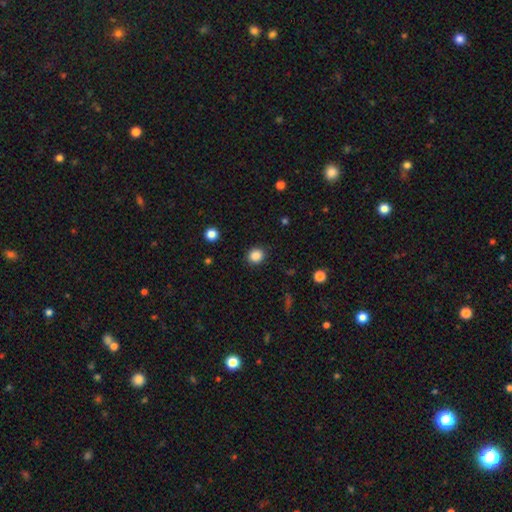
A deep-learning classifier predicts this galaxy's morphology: This is clearly a smooth galaxy (87%). How rounded: clearly round (81%). Merging: clearly none (89%).